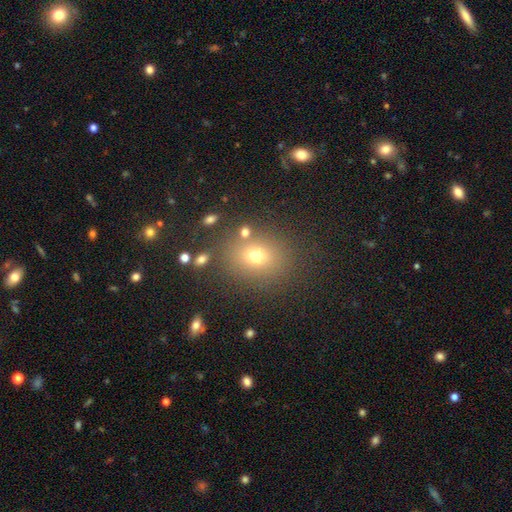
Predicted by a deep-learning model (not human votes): A smooth galaxy with no disk features (68%) that is round (55%).

Vote fractions:
- Smooth or featured? smooth: 68% / star or artifact: 20% / featured or disk: 12%
- How rounded? round: 55% / in between: 44% / cigar-shaped: 1%
- Merging? none: 81% / minor disturbance: 10% / merger: 5% / major disturbance: 4%